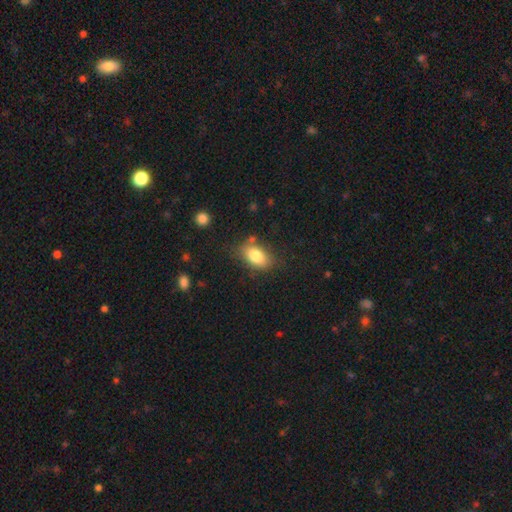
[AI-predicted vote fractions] The model was most divided on "merging": none: 73%, minor disturbance: 17%, major disturbance: 5%, merger: 5%. More confident: how rounded — in between (88%); smooth or featured — smooth (81%).